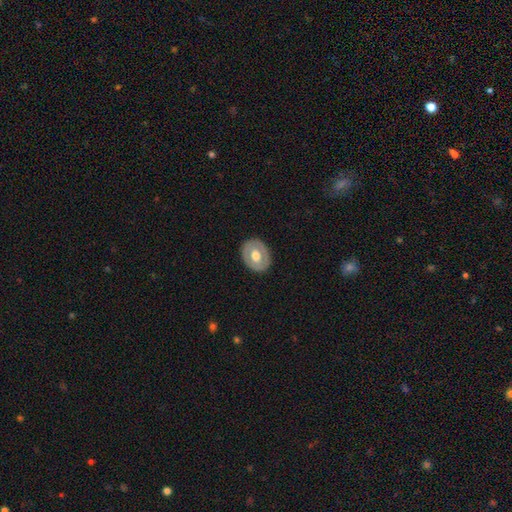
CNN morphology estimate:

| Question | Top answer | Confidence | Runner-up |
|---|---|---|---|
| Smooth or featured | smooth | 49% | featured or disk (46%) |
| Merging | none | 86% | minor disturbance (11%) |